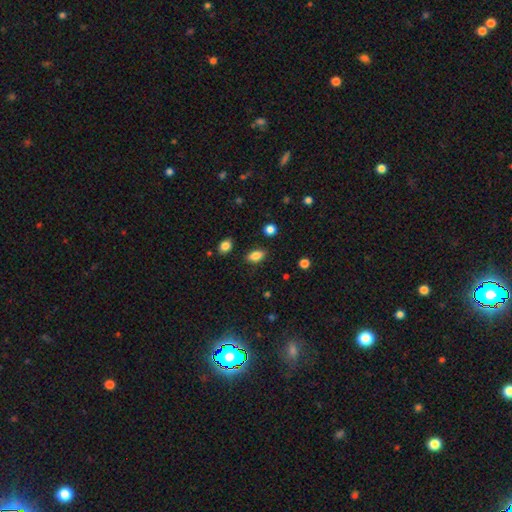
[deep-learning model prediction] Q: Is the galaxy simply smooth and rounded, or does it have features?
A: smooth — 85%.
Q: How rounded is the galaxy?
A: in between — 87%.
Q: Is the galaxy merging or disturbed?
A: none — 85%.